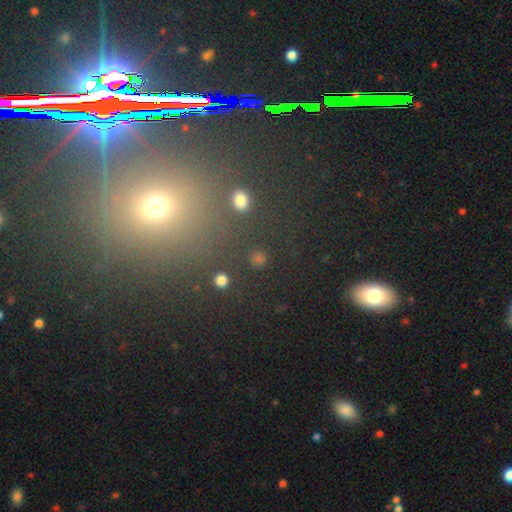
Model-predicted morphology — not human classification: A smooth galaxy with no disk features (48%). Merging: none (82%).